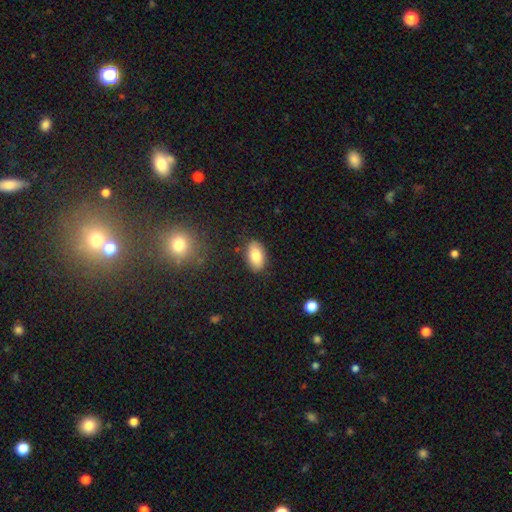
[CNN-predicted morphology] Smooth or featured?
  - smooth: 82% *
  - featured or disk: 11%
  - star or artifact: 8%
How rounded?
  - in between: 93% *
  - round: 5%
  - cigar-shaped: 2%
Merging?
  - none: 85% *
  - minor disturbance: 11%
  - major disturbance: 2%
  - merger: 2%